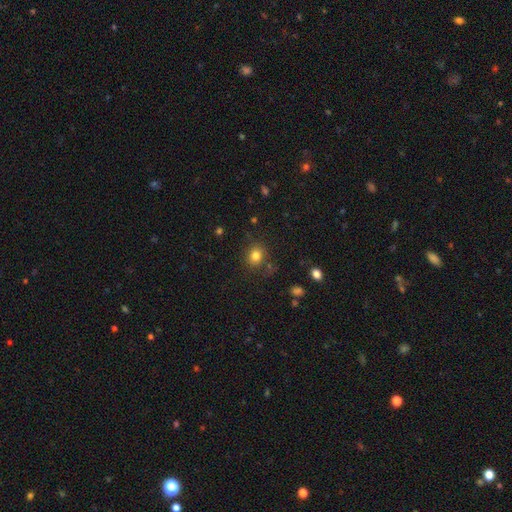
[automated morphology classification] Smooth or featured? smooth (80%)
How rounded? round (72%)
Merging? none (79%)